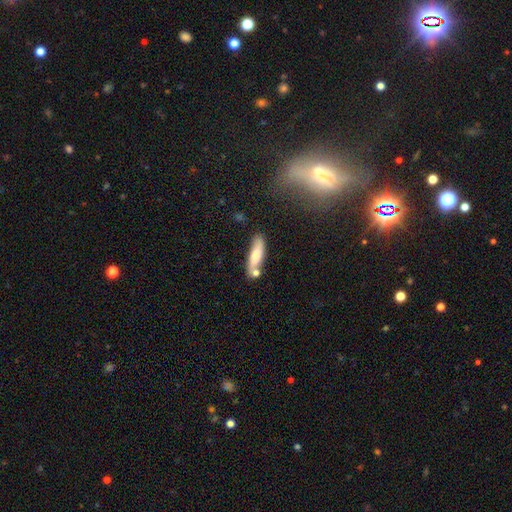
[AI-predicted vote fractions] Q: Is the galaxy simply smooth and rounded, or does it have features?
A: smooth — 69%.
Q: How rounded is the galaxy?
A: cigar-shaped — 63%.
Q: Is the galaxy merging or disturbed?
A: none — 63%.